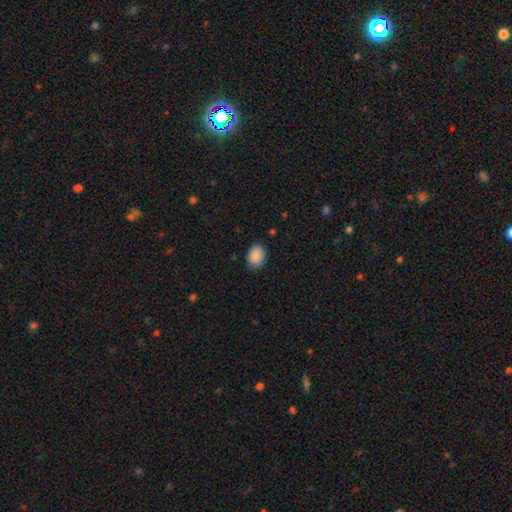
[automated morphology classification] smooth-or-featured: smooth: 89% | star or artifact: 7% | featured or disk: 4%
  how-rounded: in between: 62% | round: 37% | cigar-shaped: 1%
  merging: none: 78% | minor disturbance: 18% | major disturbance: 3% | merger: 1%